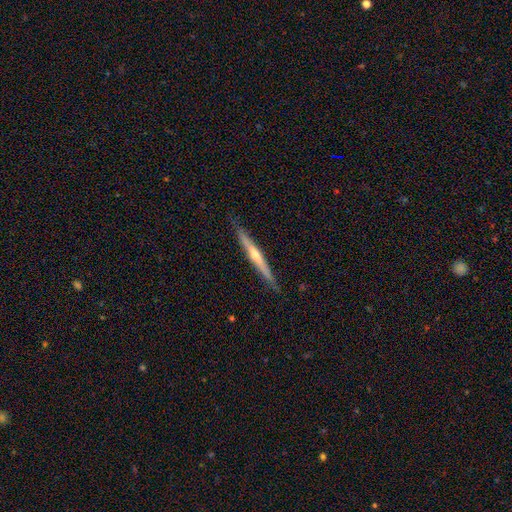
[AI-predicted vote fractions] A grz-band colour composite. It shows a featured or disk galaxy (66%) viewed edge-on (97%) with a rounded central bulge (68%). Merging: none (87%).